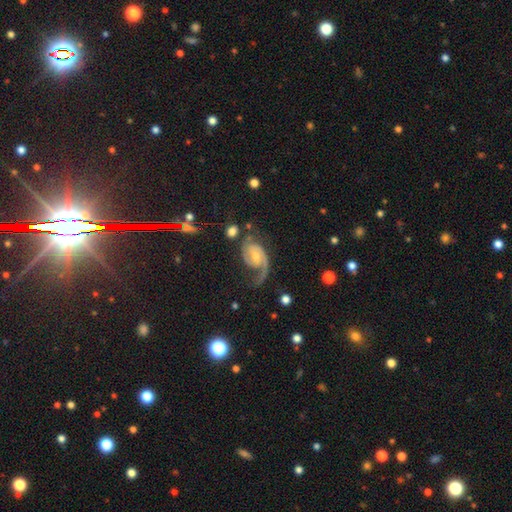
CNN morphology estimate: Smooth or featured? Predicted: featured or disk (p=0.87). Edge-on disk? Predicted: no (p=0.97). Bar? Predicted: no (p=0.47). Spiral arms? Predicted: yes (p=0.97). Spiral winding? Predicted: medium (p=0.48). Spiral arm count? Predicted: 2 (p=0.71). Bulge size? Predicted: moderate (p=0.44, tied with small). Merging? Predicted: none (p=0.52).